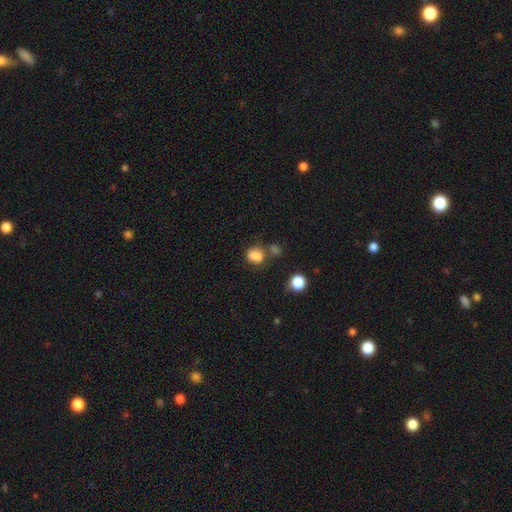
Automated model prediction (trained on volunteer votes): Overall: smooth (82%). How rounded: in between (51%; round 48%). Merging: none (49%; merger 24%).